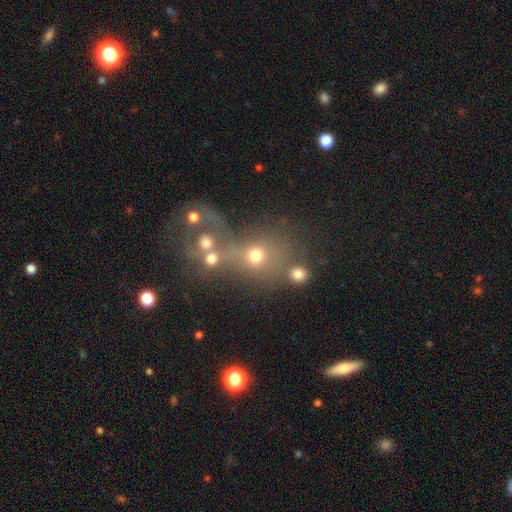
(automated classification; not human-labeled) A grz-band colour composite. It shows a smooth galaxy with no disk features (63%) that is round (73%). Merging: merger (46%).